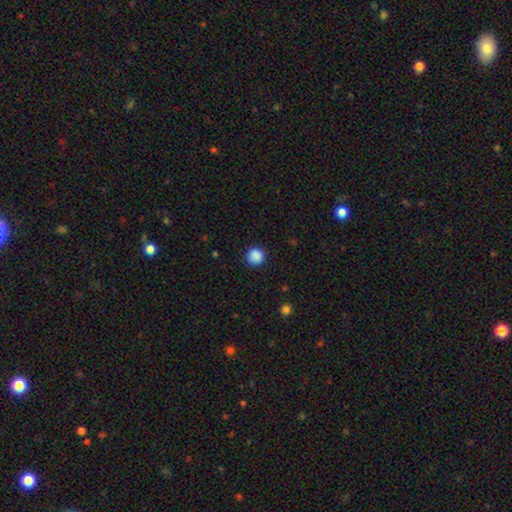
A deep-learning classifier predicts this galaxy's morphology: A smooth galaxy with no disk features (88%) that is round (93%). Merging: none (89%).